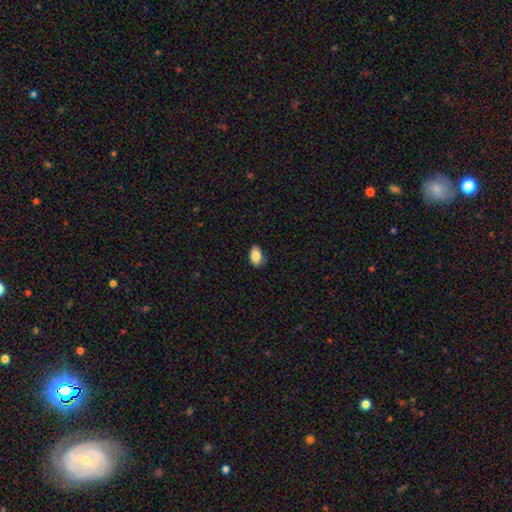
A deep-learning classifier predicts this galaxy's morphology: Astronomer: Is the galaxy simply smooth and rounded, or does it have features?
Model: smooth — 85%.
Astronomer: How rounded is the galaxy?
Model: in between — 89%.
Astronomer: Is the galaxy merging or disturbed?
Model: none — 75%.